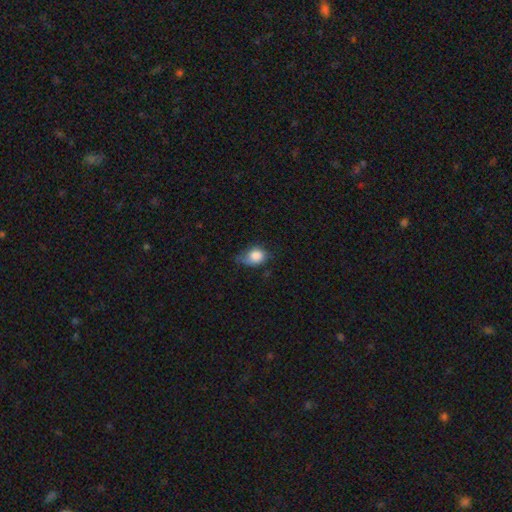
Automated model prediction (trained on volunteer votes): smooth-or-featured: smooth: 83% | star or artifact: 9% | featured or disk: 8%
  how-rounded: in between: 52% | round: 47% | cigar-shaped: 1%
  merging: minor disturbance: 44% | none: 39% | major disturbance: 14% | merger: 3%